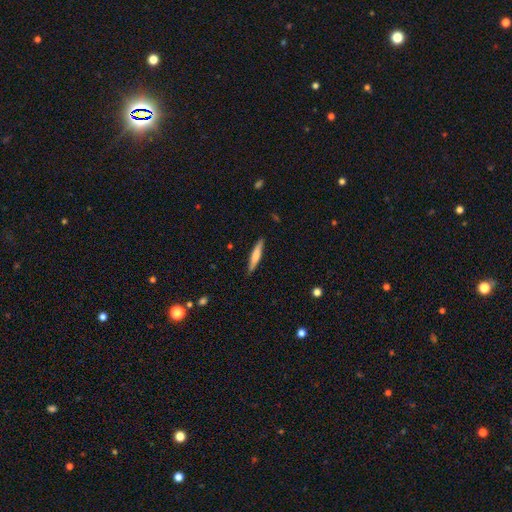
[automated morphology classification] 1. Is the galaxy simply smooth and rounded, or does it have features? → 66% smooth, 29% featured or disk, 5% star or artifact.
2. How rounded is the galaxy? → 91% cigar-shaped, 8% in between, 1% round.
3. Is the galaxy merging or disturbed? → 89% none, 9% minor disturbance, 2% major disturbance, 1% merger.